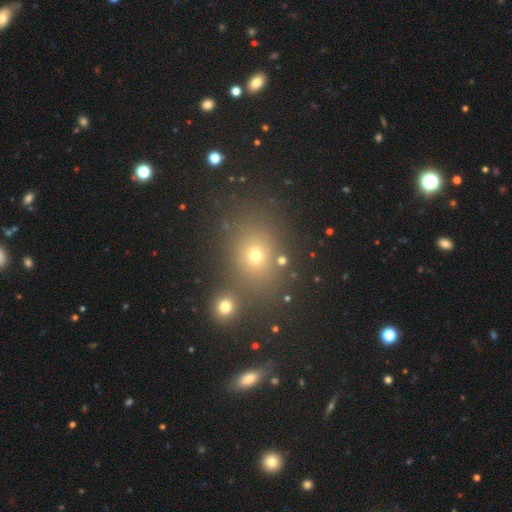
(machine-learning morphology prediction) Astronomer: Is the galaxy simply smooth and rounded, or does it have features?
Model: smooth — 58%.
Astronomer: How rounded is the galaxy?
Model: round — 55% (runner-up: in between, 44%).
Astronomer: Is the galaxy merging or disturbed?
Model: none — 75%.